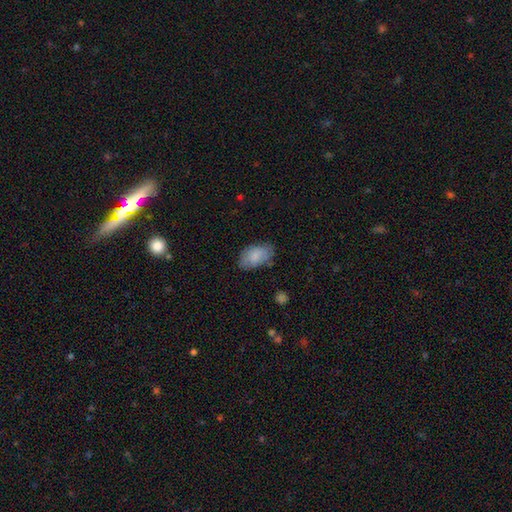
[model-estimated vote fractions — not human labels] smooth_or_featured: smooth (p=0.81) [alt: featured or disk p=0.13]
how_rounded: in between (p=0.94) [alt: round p=0.04]
merging: none (p=0.71) [alt: minor disturbance p=0.22]